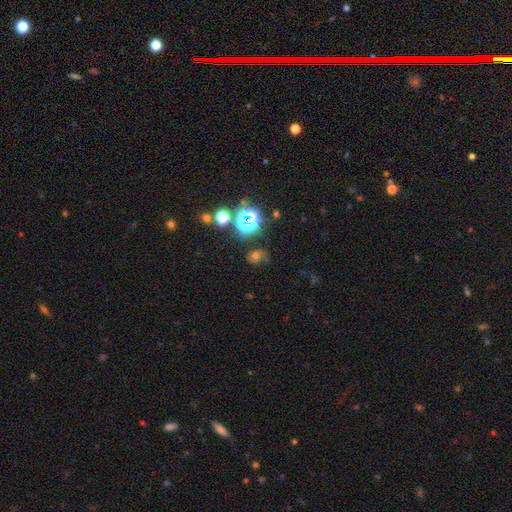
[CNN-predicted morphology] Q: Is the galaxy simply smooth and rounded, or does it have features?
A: smooth — 43%.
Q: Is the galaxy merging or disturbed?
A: none — 62%.